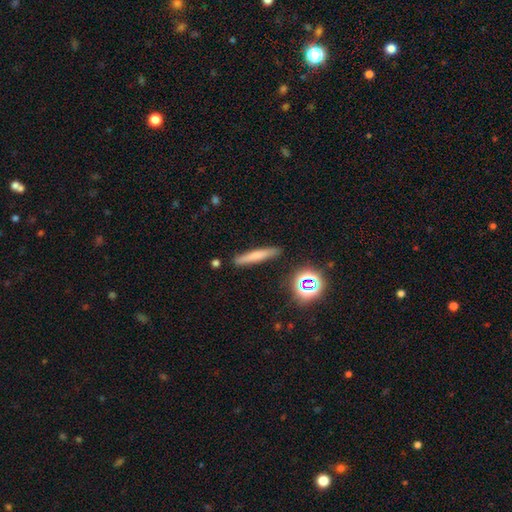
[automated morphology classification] A smooth galaxy with no disk features (65%) that is cigar-shaped (91%). Merging: none (89%).